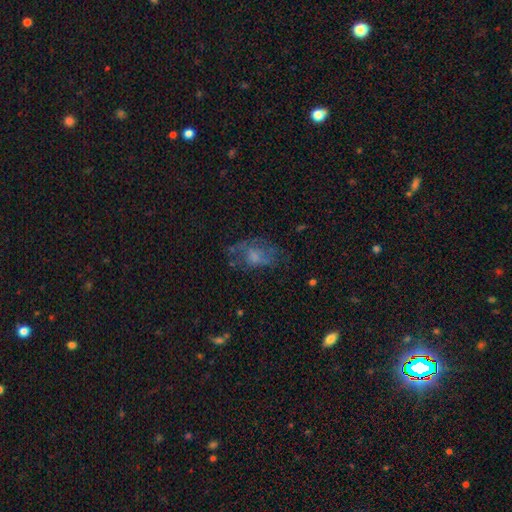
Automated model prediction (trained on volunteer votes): smooth-or-featured: smooth: 47% | featured or disk: 39% | star or artifact: 14%
  merging: none: 46% | major disturbance: 28% | minor disturbance: 23% | merger: 4%